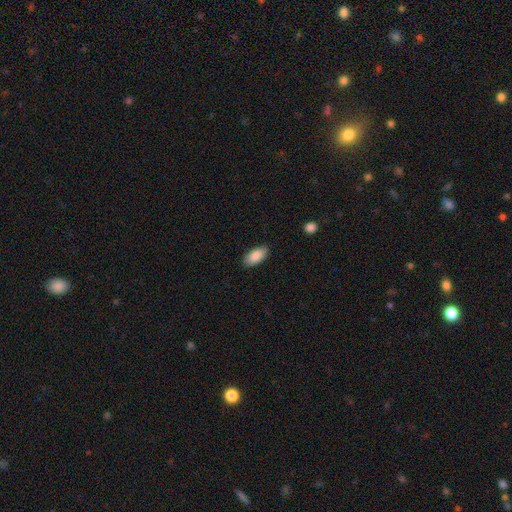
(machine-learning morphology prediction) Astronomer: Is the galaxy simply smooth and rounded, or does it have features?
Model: smooth — 88%.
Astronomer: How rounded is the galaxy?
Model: in between — 92%.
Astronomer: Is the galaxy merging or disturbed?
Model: none — 85%.